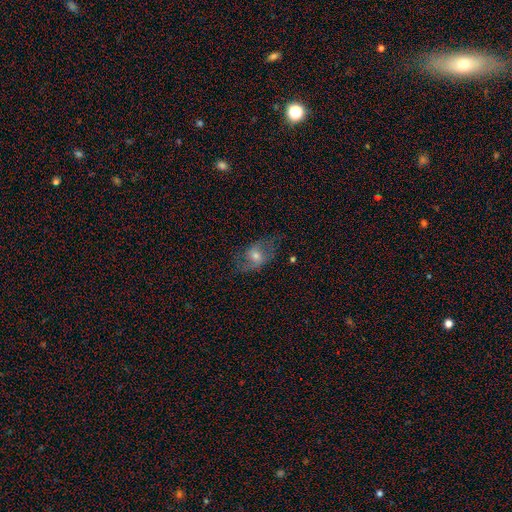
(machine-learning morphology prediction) A featured or disk galaxy (53%). Merging: none (67%).